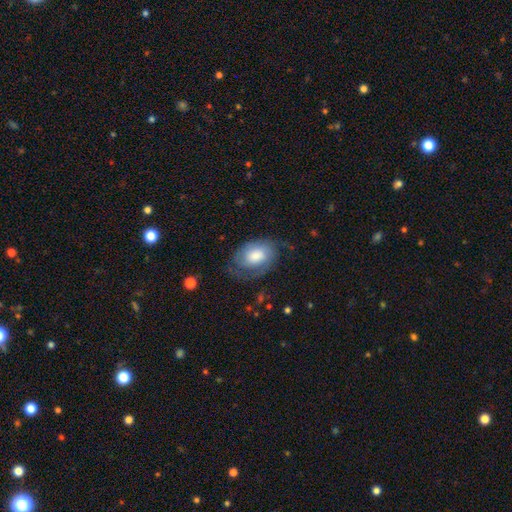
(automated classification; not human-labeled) The model was most divided on "smooth or featured": featured or disk: 50%, smooth: 43%, star or artifact: 7%. More confident: merging — none (55%).